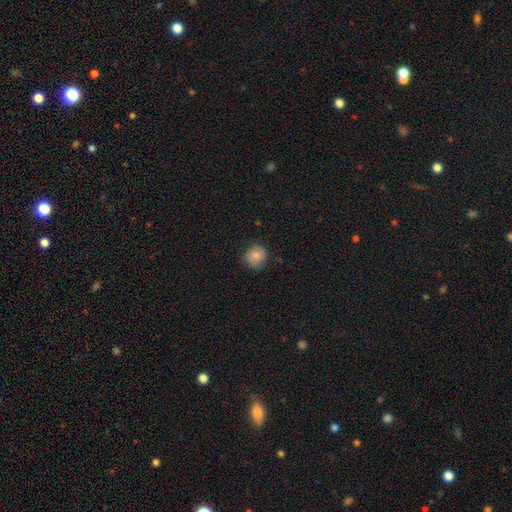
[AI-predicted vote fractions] Smooth or featured? smooth (83%)
How rounded? round (87%)
Merging? none (82%)